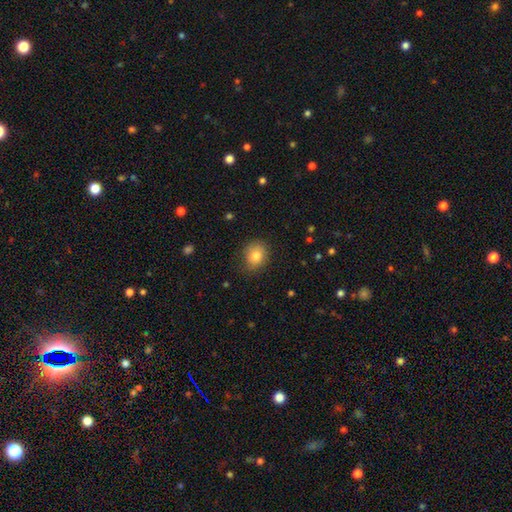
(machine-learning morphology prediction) The model was most divided on "how rounded": round: 57%, in between: 43%, cigar-shaped: 1%. More confident: smooth or featured — smooth (81%); merging — none (80%).